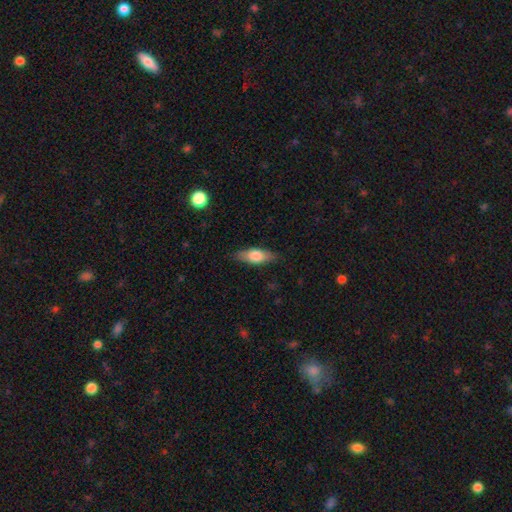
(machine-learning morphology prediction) A smooth galaxy with no disk features (67%) that is in between round and cigar-shaped (70%).

Vote fractions:
- Smooth or featured? smooth: 67% / featured or disk: 27% / star or artifact: 6%
- How rounded? in between: 70% / cigar-shaped: 27% / round: 3%
- Merging? none: 83% / minor disturbance: 13% / major disturbance: 3% / merger: 1%